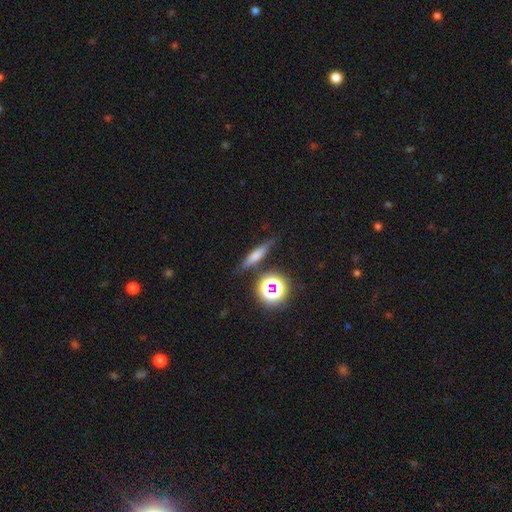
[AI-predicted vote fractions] smooth-or-featured: smooth: 57% | featured or disk: 27% | star or artifact: 16%
  how-rounded: cigar-shaped: 74% | in between: 16% | round: 10%
  merging: none: 80% | minor disturbance: 12% | merger: 4% | major disturbance: 4%